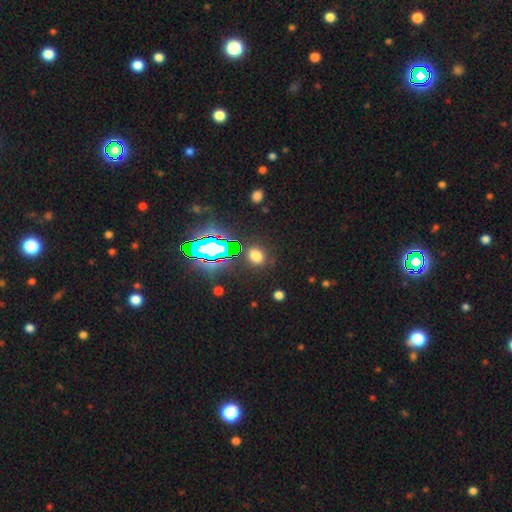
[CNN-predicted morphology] smooth_or_featured: smooth (p=0.63) [alt: star or artifact p=0.30]
how_rounded: round (p=0.53) [alt: in between p=0.45]
merging: none (p=0.84) [alt: minor disturbance p=0.10]